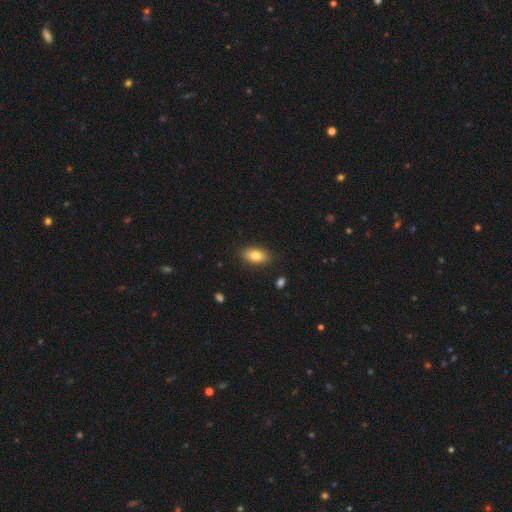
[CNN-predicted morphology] Smooth or featured? smooth (78%)
How rounded? in between (89%)
Merging? none (87%)